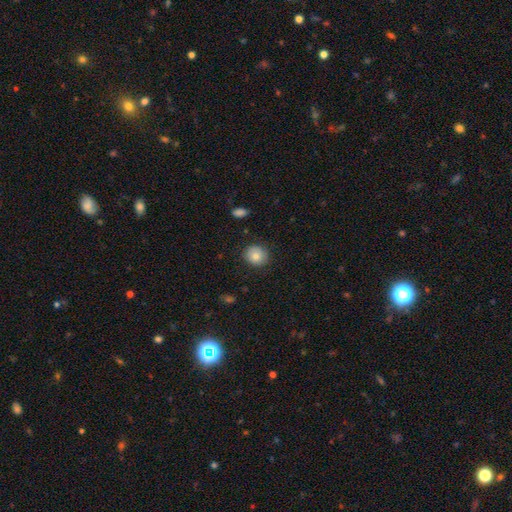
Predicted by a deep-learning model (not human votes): smooth_or_featured: smooth (p=0.81) [alt: featured or disk p=0.11]
how_rounded: round (p=0.82) [alt: in between p=0.17]
merging: none (p=0.84) [alt: minor disturbance p=0.12]